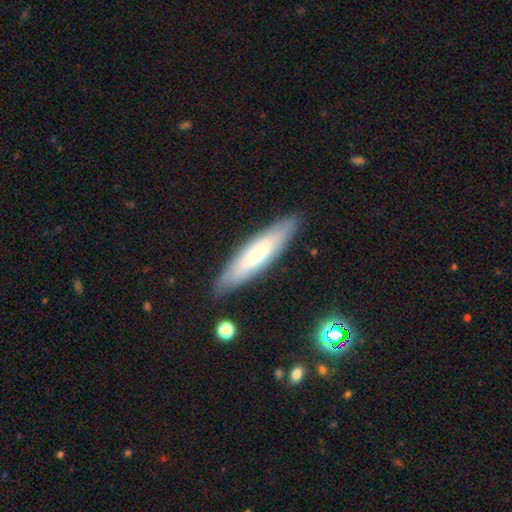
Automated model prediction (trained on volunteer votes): Smooth or featured? Predicted: smooth (p=0.55). How rounded? Predicted: cigar-shaped (p=0.73). Merging? Predicted: none (p=0.87).